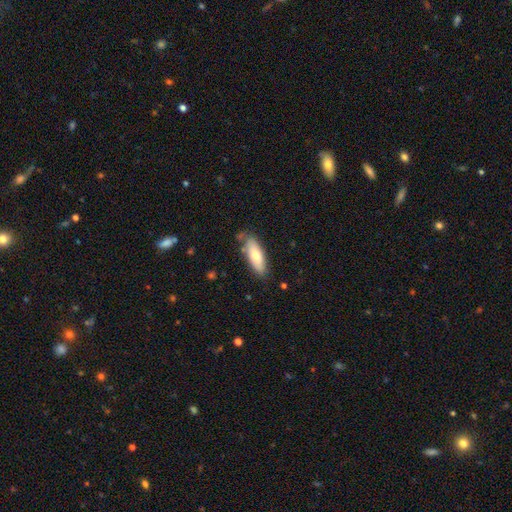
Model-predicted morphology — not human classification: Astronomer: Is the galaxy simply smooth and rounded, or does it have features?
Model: smooth — 70%.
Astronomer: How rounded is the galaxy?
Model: in between — 67%.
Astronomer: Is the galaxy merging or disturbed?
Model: none — 76%.